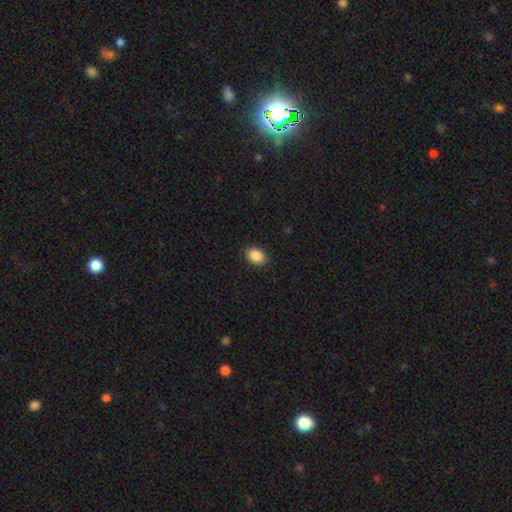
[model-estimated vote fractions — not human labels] smooth_or_featured: smooth (p=0.89) [alt: star or artifact p=0.08]
how_rounded: in between (p=0.80) [alt: round p=0.19]
merging: none (p=0.89) [alt: minor disturbance p=0.08]